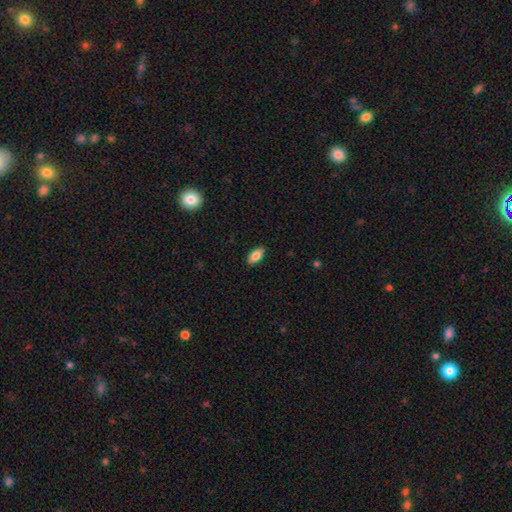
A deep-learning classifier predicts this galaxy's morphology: smooth_or_featured: smooth (p=0.83) [alt: featured or disk p=0.10]
how_rounded: in between (p=0.89) [alt: cigar-shaped p=0.08]
merging: none (p=0.88) [alt: minor disturbance p=0.09]